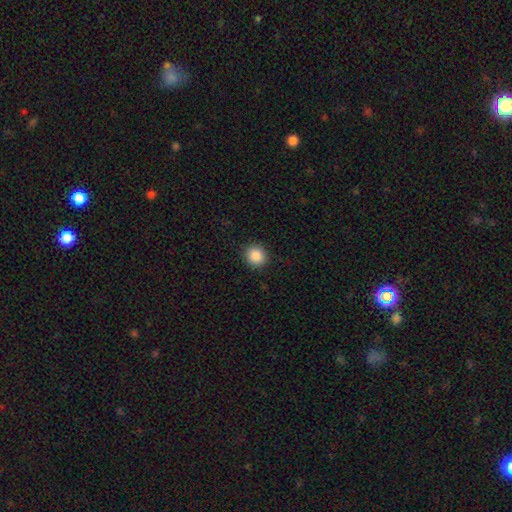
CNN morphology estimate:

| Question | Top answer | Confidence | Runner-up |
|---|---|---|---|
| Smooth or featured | smooth | 87% | star or artifact (9%) |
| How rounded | round | 89% | in between (10%) |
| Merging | none | 91% | minor disturbance (6%) |